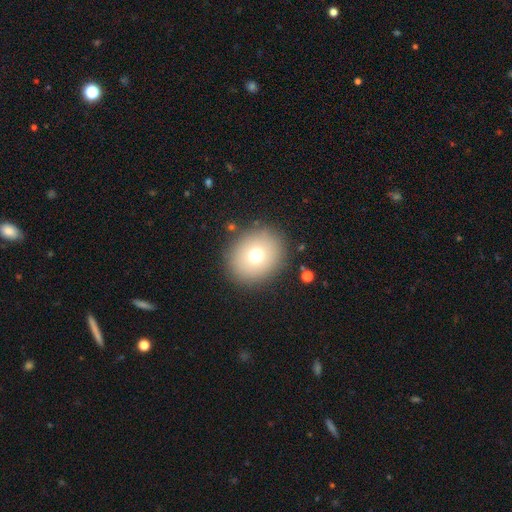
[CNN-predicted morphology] Smooth or featured? Predicted: smooth (p=0.71). How rounded? Predicted: round (p=0.73). Merging? Predicted: none (p=0.87).